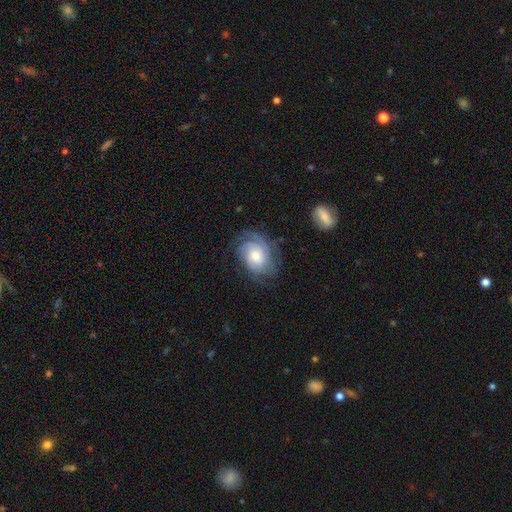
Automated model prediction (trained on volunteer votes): smooth_or_featured: featured or disk (p=0.78) [alt: smooth p=0.16]
disk_edge_on: no (p=0.97) [alt: yes p=0.03]
bar: no (p=0.70) [alt: weak p=0.26]
has_spiral_arms: yes (p=0.95) [alt: no p=0.05]
spiral_winding: tight (p=0.61) [alt: medium p=0.30]
spiral_arm_count: can't tell (p=0.32) [alt: 3 p=0.25]
bulge_size: moderate (p=0.55) [alt: large p=0.22]
merging: none (p=0.70) [alt: minor disturbance p=0.19]